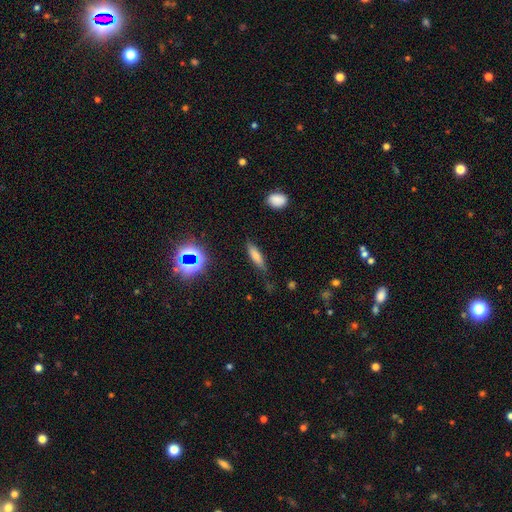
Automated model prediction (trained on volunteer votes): Smooth or featured? Predicted: smooth (p=0.71). How rounded? Predicted: cigar-shaped (p=0.60). Merging? Predicted: none (p=0.76).